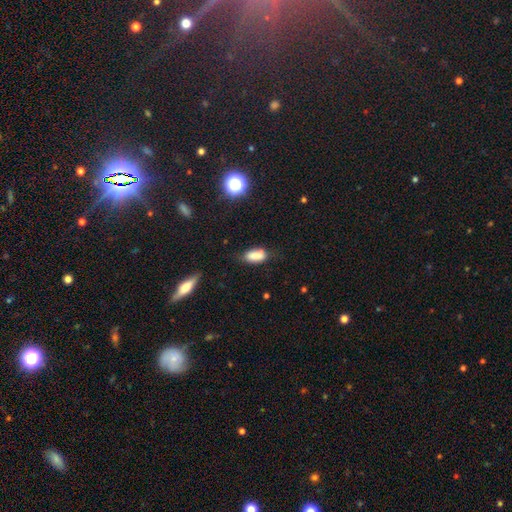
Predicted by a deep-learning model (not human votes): smooth_or_featured: smooth (p=0.80) [alt: star or artifact p=0.10]
how_rounded: in between (p=0.86) [alt: cigar-shaped p=0.10]
merging: none (p=0.60) [alt: minor disturbance p=0.29]